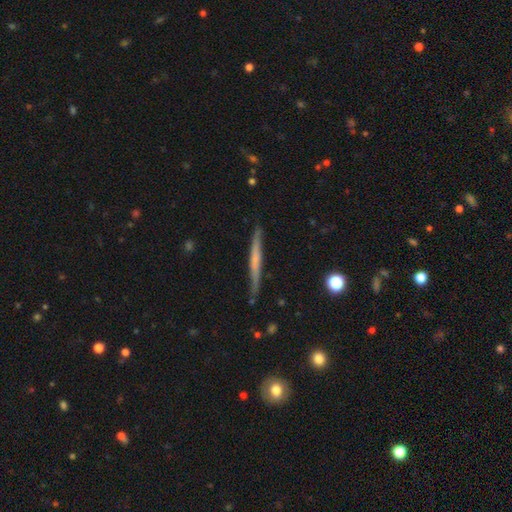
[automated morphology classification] Smooth or featured? featured or disk (52%)
Edge-on disk? yes (96%)
Edge-on bulge? none (75%)
Merging? none (84%)